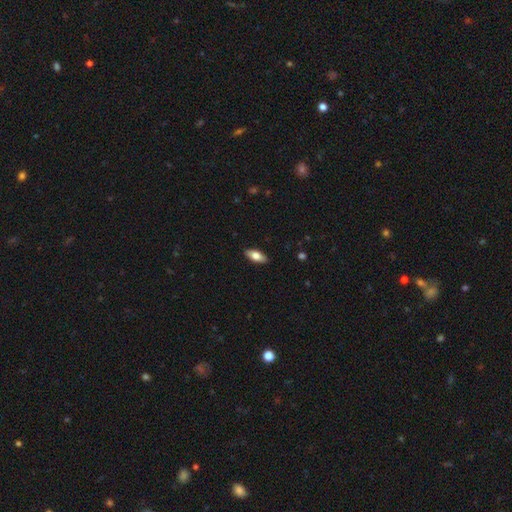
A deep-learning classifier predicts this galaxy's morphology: Smooth or featured? smooth (71%)
How rounded? in between (83%)
Merging? none (89%)